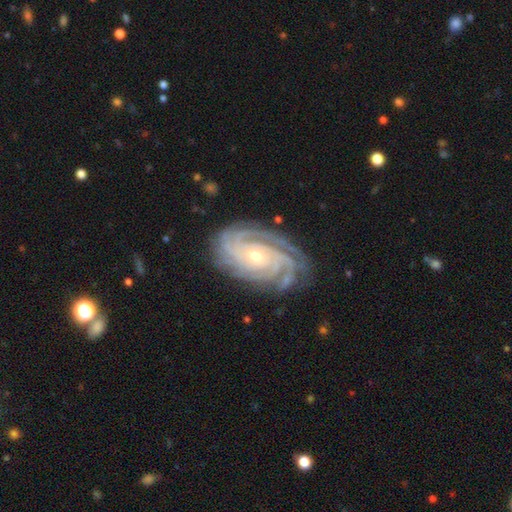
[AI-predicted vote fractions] This is clearly a featured or disk galaxy (90%). It is clearly not viewed edge-on (97%). Bar: likely no (70%). Spiral arm pattern: clearly yes (99%). Spiral arm count: marginally 4 (29%). Spiral winding: clearly tight (81%). Central bulge: possibly small (60%). Merging: clearly none (80%).